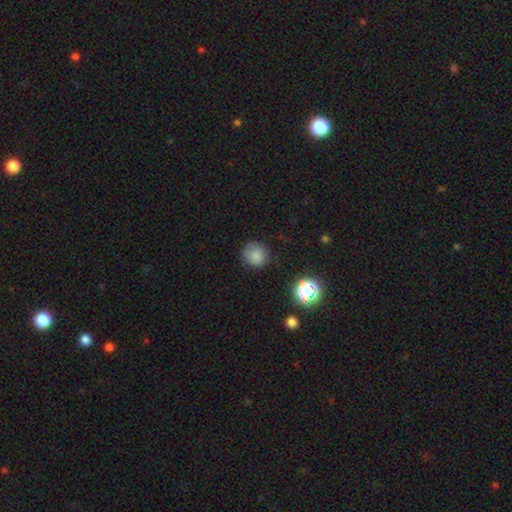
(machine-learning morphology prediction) Smooth or featured? smooth (81%)
How rounded? round (88%)
Merging? none (80%)